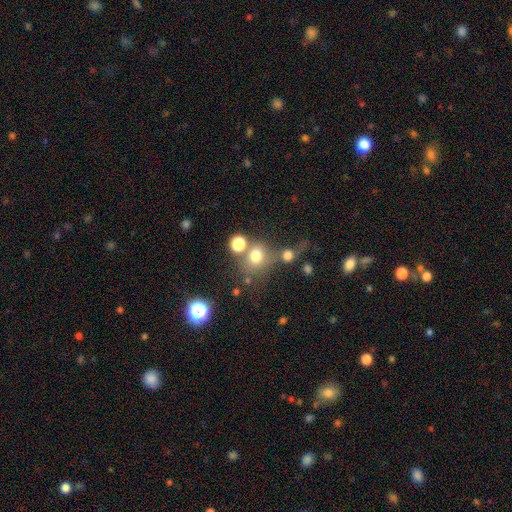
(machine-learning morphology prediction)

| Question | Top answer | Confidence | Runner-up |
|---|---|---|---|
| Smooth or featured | smooth | 71% | star or artifact (18%) |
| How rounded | round | 75% | in between (23%) |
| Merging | none | 52% | merger (26%) |